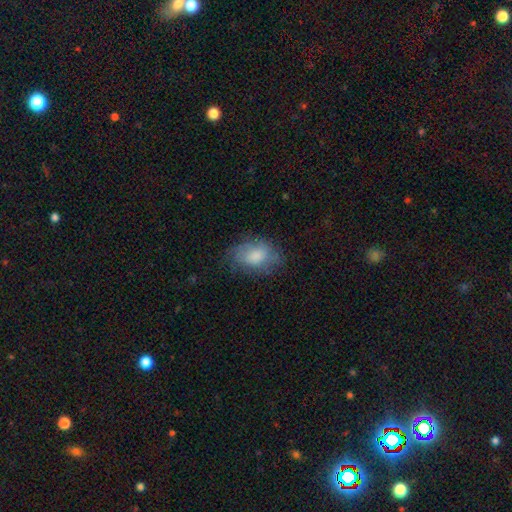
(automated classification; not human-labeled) This is likely a smooth galaxy (71%). How rounded: clearly in between (86%). Merging: likely none (62%).